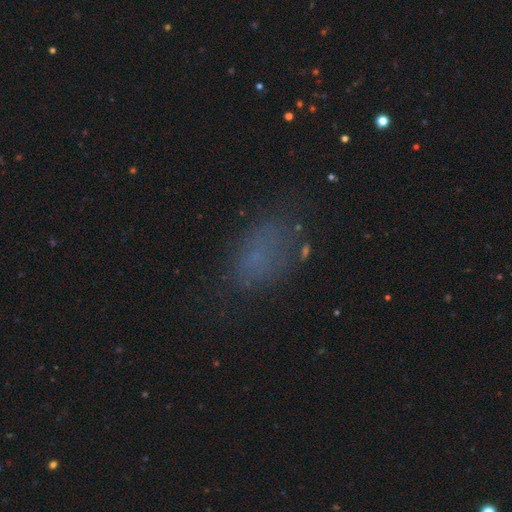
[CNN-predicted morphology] smooth_or_featured: smooth (p=0.60) [alt: star or artifact p=0.26]
how_rounded: in between (p=0.86) [alt: round p=0.12]
merging: none (p=0.65) [alt: minor disturbance p=0.20]